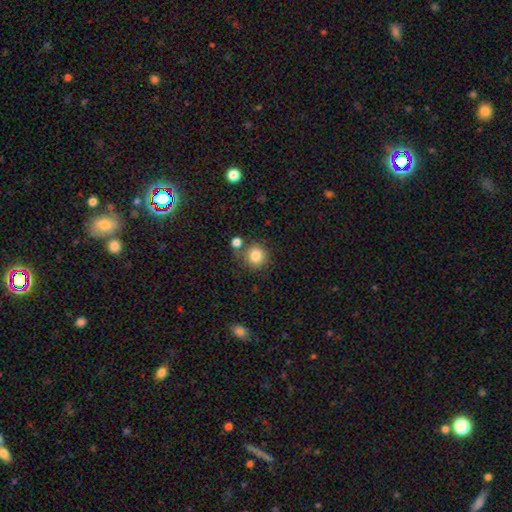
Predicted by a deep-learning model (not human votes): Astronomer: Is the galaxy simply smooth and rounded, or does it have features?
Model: smooth — 83%.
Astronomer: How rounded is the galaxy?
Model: round — 89%.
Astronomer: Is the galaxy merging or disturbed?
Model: none — 75%.